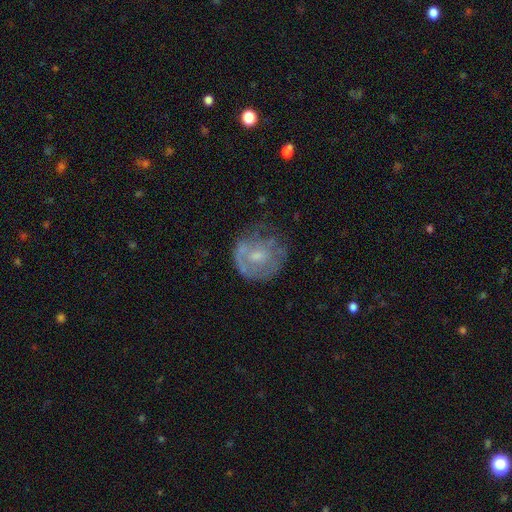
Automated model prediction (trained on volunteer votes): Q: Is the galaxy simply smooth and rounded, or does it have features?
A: featured or disk — 53%.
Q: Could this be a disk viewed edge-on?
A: no — 97%.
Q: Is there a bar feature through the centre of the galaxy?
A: no — 77%.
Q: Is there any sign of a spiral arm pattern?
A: no — 60%.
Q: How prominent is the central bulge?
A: small — 46%.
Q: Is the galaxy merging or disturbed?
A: none — 52%.